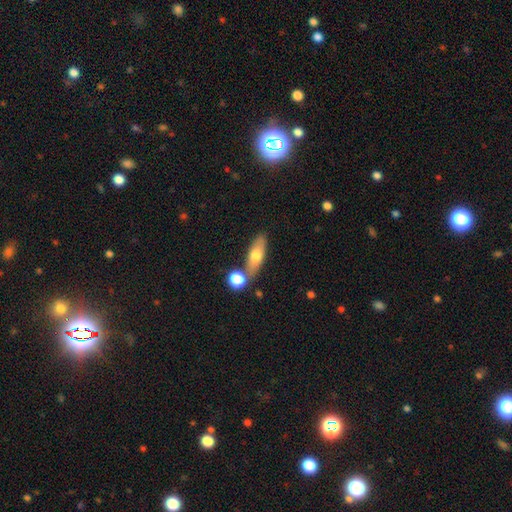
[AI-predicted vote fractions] This is likely a smooth galaxy (68%). How rounded: likely in between (63%). Merging: likely none (64%).